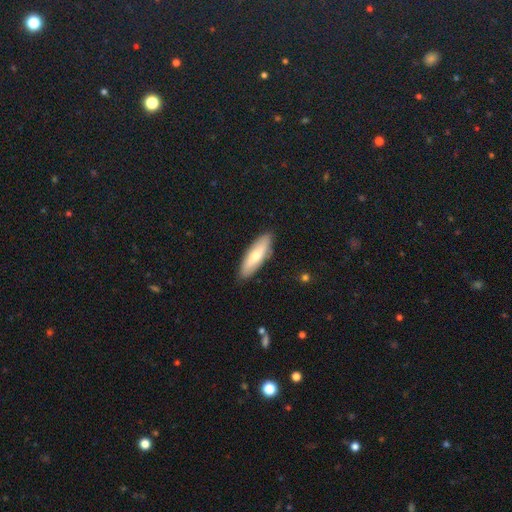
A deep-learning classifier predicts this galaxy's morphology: A smooth galaxy with no disk features (62%) that is cigar-shaped (49%, tied with in between).

Vote fractions:
- Smooth or featured? smooth: 62% / featured or disk: 32% / star or artifact: 5%
- How rounded? cigar-shaped: 49% (tied) / in between: 49% (tied) / round: 2%
- Merging? none: 87% / minor disturbance: 10% / major disturbance: 2% / merger: 1%